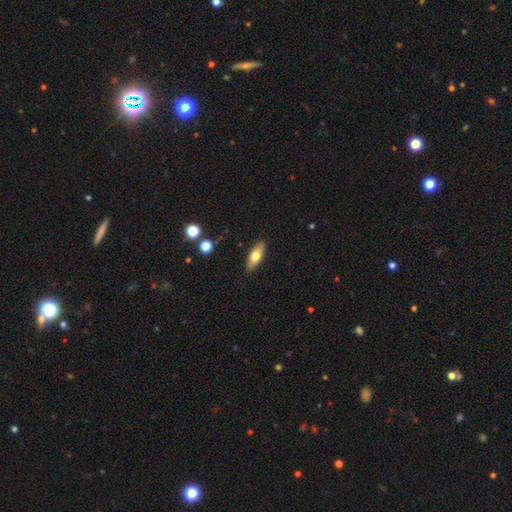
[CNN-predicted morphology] Smooth or featured? Predicted: smooth (p=0.67). How rounded? Predicted: in between (p=0.65). Merging? Predicted: none (p=0.88).